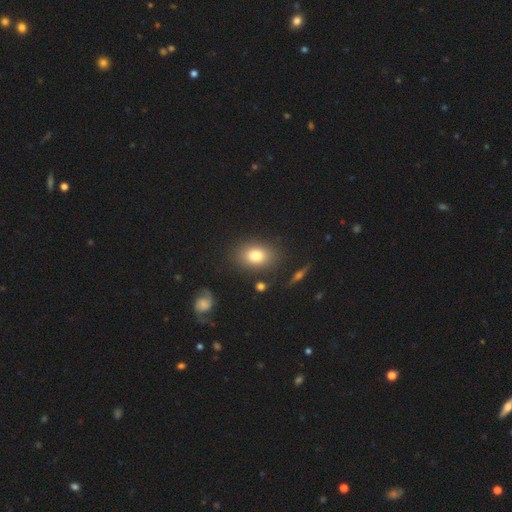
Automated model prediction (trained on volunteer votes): Smooth or featured? smooth (79%)
How rounded? in between (69%)
Merging? none (82%)